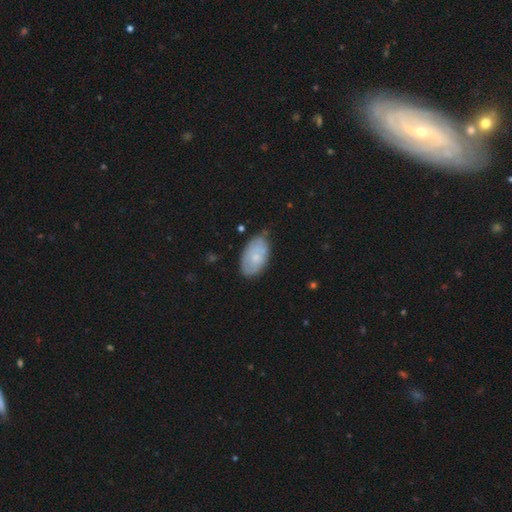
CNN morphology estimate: The model was most divided on "smooth or featured": smooth: 61%, featured or disk: 33%, star or artifact: 6%. More confident: how rounded — in between (93%); merging — none (68%).